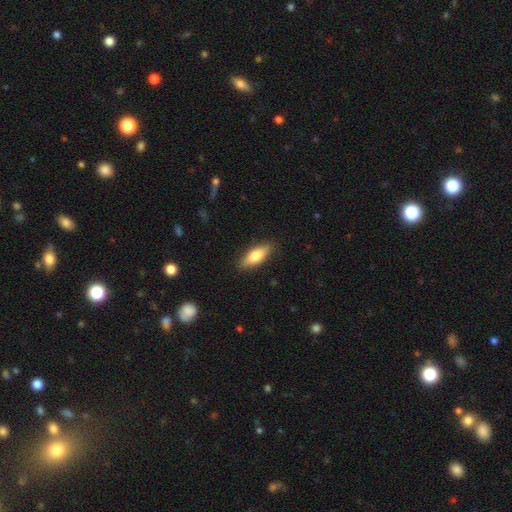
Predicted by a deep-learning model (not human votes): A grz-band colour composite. It shows a smooth galaxy with no disk features (77%) that is in between round and cigar-shaped (70%). Merging: none (87%).